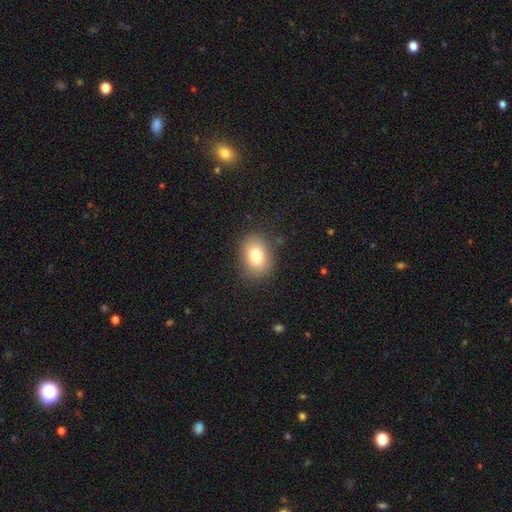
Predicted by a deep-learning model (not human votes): Smooth or featured?
  - smooth: 79% *
  - featured or disk: 11%
  - star or artifact: 10%
How rounded?
  - in between: 65% *
  - round: 34%
  - cigar-shaped: 1%
Merging?
  - none: 85% *
  - minor disturbance: 11%
  - major disturbance: 4%
  - merger: 1%